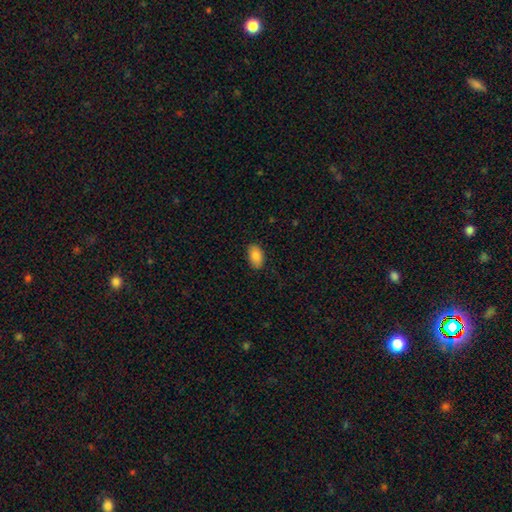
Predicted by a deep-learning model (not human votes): The model was most divided on "merging": none: 85%, minor disturbance: 12%, major disturbance: 2%, merger: 1%. More confident: how rounded — in between (92%); smooth or featured — smooth (86%).